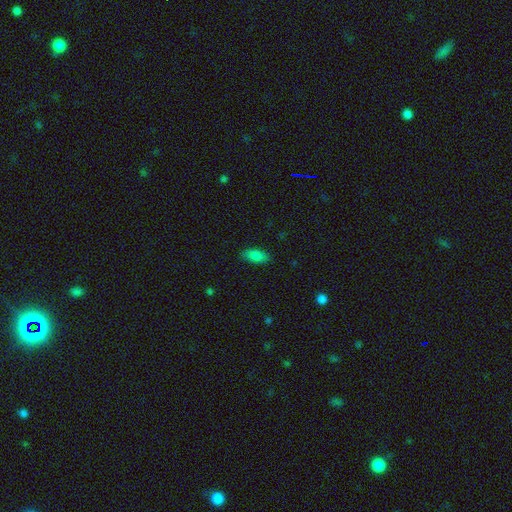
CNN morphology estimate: Overall: smooth (84%). How rounded: in between (88%). Merging: none (86%).